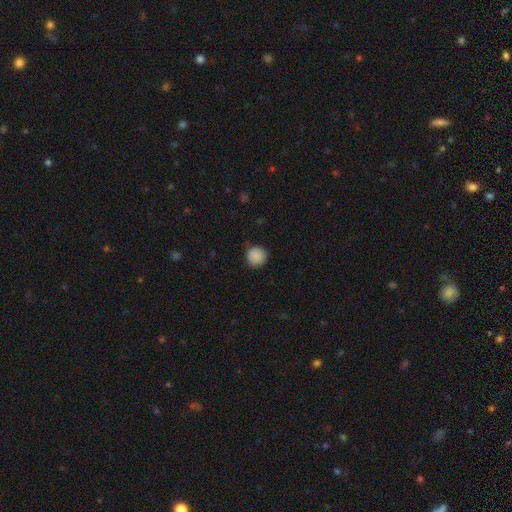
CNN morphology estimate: This is clearly a smooth galaxy (88%). How rounded: clearly round (94%). Merging: clearly none (85%).